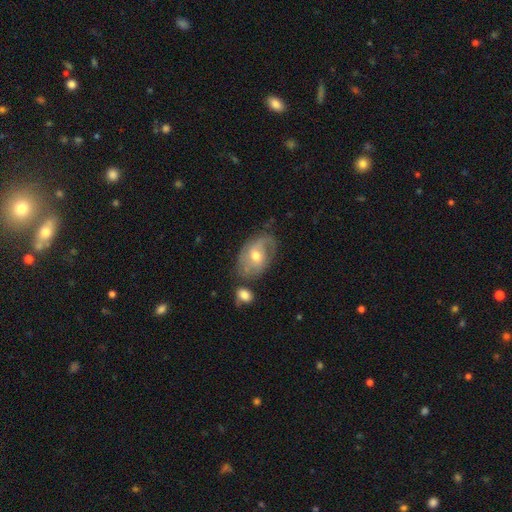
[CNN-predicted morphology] Smooth or featured: featured or disk — 66% (smooth — 26%)
Edge-on disk: no — 95% (yes — 5%)
Bar: no — 54% (weak — 37%)
Spiral arms: yes — 79% (no — 21%)
Bulge size: moderate — 69% (small — 25%)
Merging: none — 57% (minor disturbance — 24%)